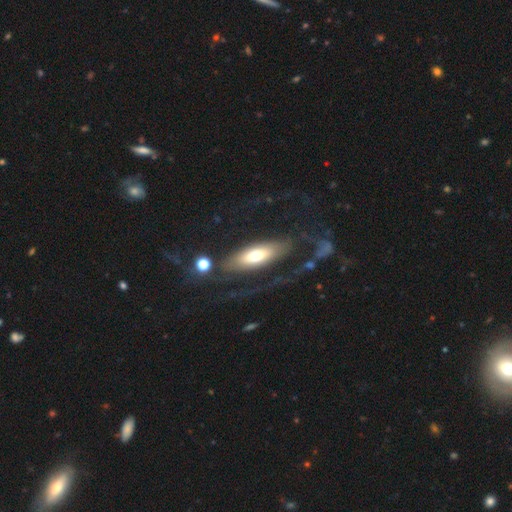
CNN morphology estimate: Smooth or featured: featured or disk — 47% (smooth — 46%)
Merging: none — 49% (major disturbance — 29%)